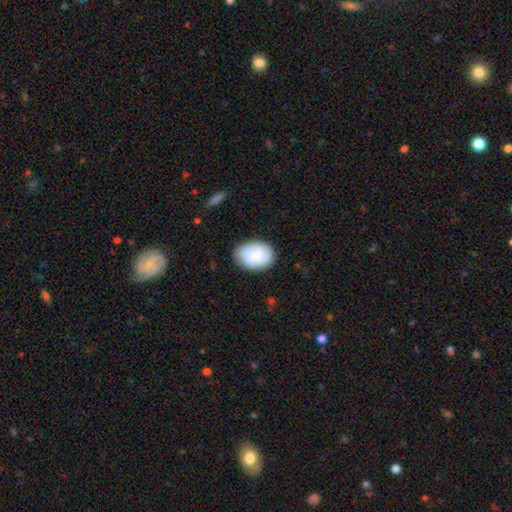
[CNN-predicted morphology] Smooth or featured: smooth — 75% (featured or disk — 19%)
How rounded: in between — 75% (round — 24%)
Merging: none — 79% (minor disturbance — 16%)